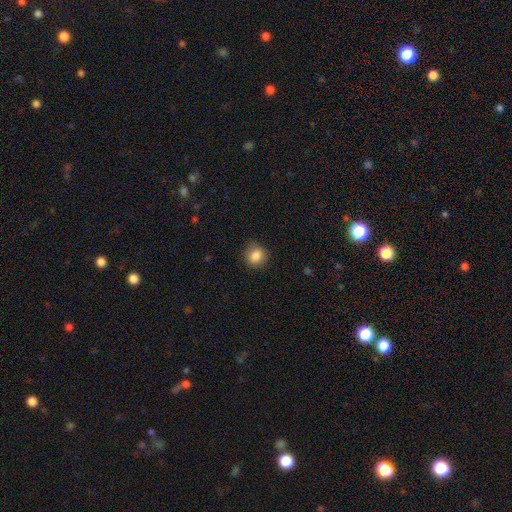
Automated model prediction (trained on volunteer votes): smooth-or-featured: smooth: 85% | star or artifact: 10% | featured or disk: 5%
  how-rounded: round: 76% | in between: 23% | cigar-shaped: 1%
  merging: none: 79% | minor disturbance: 16% | major disturbance: 4% | merger: 1%